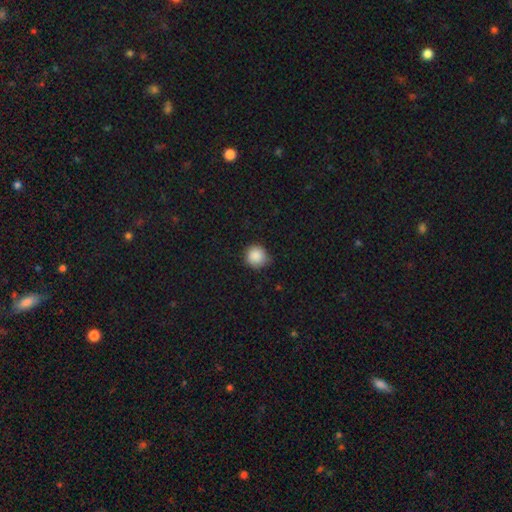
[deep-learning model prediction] Q: Smooth or featured?
A: smooth (88%); runner-up: star or artifact (9%)
Q: How rounded?
A: round (93%); runner-up: in between (6%)
Q: Merging?
A: none (77%); runner-up: minor disturbance (19%)